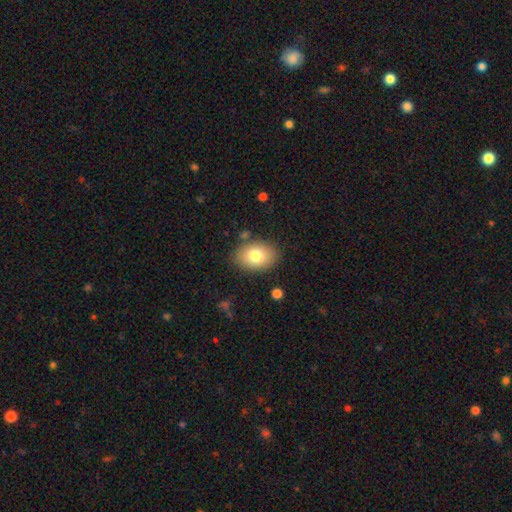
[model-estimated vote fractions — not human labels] Morphology: type=smooth (78%); roundness=in between (76%); merging=none (83%).